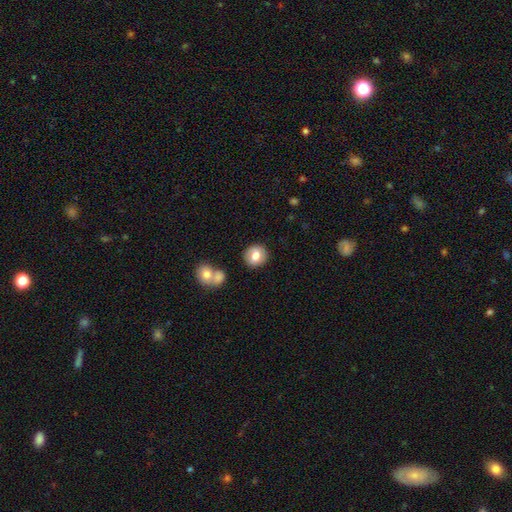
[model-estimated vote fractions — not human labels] Smooth or featured? smooth (76%)
How rounded? round (85%)
Merging? none (84%)